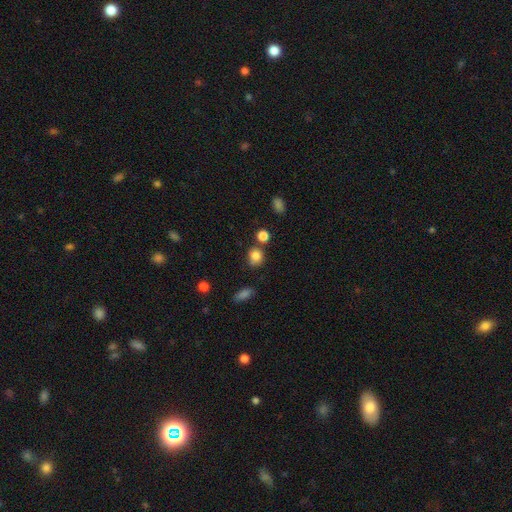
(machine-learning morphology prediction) Smooth or featured: smooth — 83% (star or artifact — 11%)
How rounded: round — 72% (in between — 26%)
Merging: none — 68% (minor disturbance — 15%)